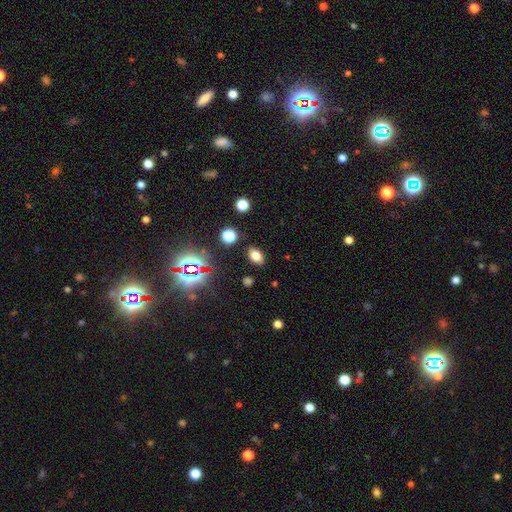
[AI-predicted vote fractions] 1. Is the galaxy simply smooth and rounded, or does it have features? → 72% smooth, 20% star or artifact, 8% featured or disk.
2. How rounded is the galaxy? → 86% in between, 13% round, 2% cigar-shaped.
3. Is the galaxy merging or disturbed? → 86% none, 9% minor disturbance, 3% major disturbance, 2% merger.